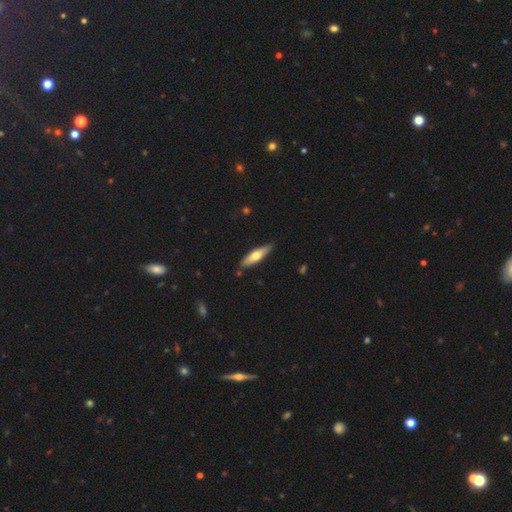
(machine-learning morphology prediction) type=smooth (54%); roundness=cigar-shaped (67%); merging=none (84%).